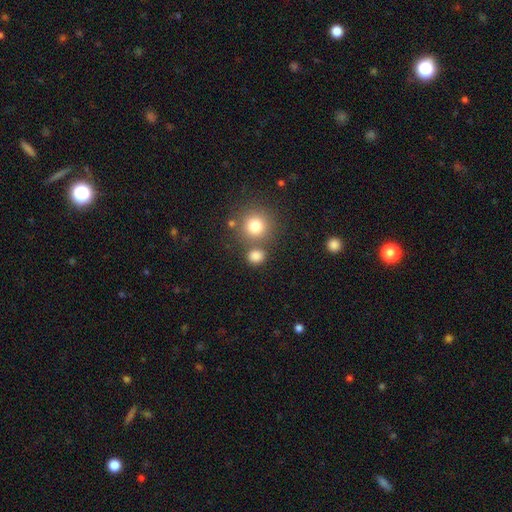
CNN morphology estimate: type=smooth (82%); roundness=round (75%); merging=none (68%).